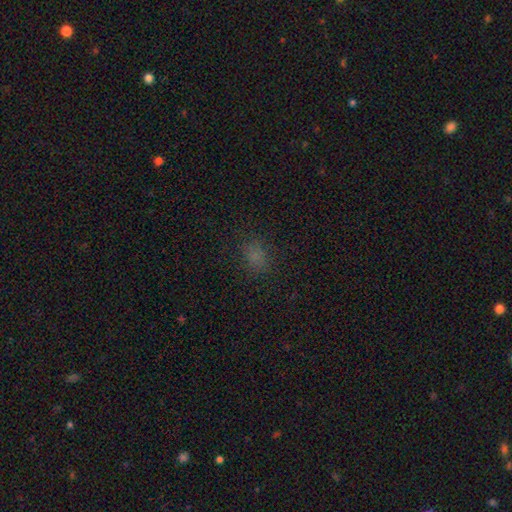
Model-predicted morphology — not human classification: Q: Smooth or featured?
A: smooth (74%); runner-up: star or artifact (20%)
Q: How rounded?
A: in between (61%); runner-up: round (37%)
Q: Merging?
A: none (81%); runner-up: minor disturbance (13%)